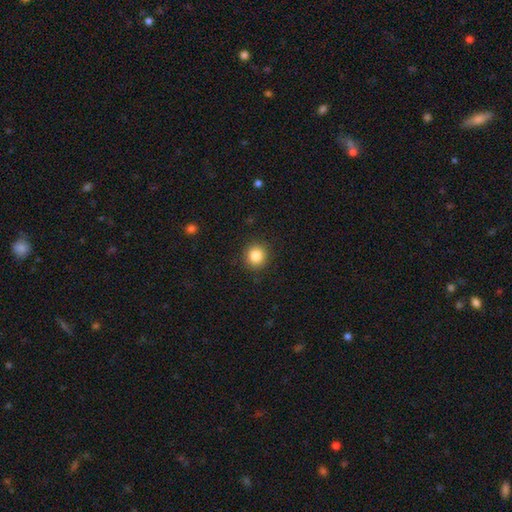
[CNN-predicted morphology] type=smooth (85%); roundness=round (91%); merging=none (90%).